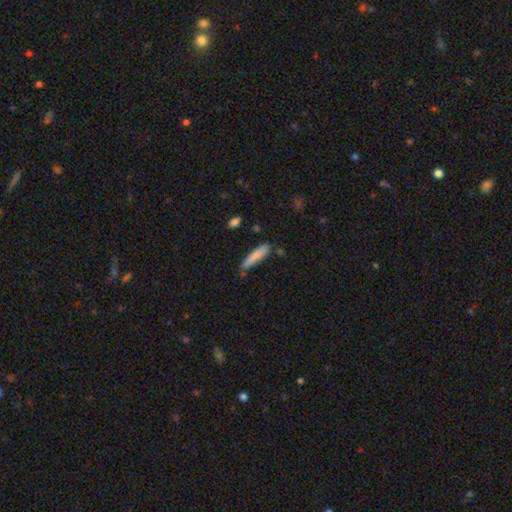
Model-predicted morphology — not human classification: A smooth galaxy with no disk features (81%) that is cigar-shaped (86%).

Vote fractions:
- Smooth or featured? smooth: 81% / featured or disk: 13% / star or artifact: 6%
- How rounded? cigar-shaped: 86% / in between: 13% / round: 1%
- Merging? none: 69% / minor disturbance: 23% / major disturbance: 4% / merger: 4%